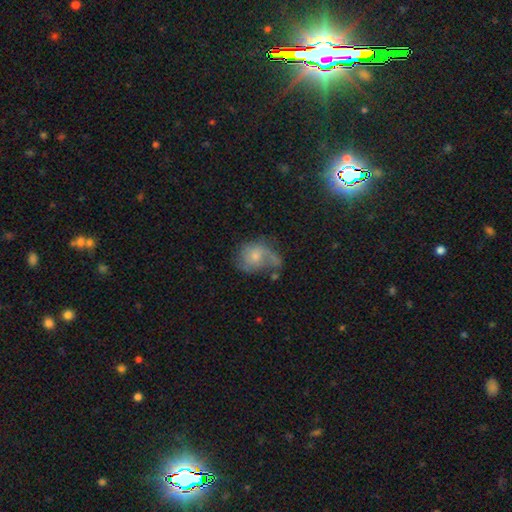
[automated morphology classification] smooth 47%, featured or disk 43%, star or artifact 10%. Down the decision tree: merging — major disturbance (31%).